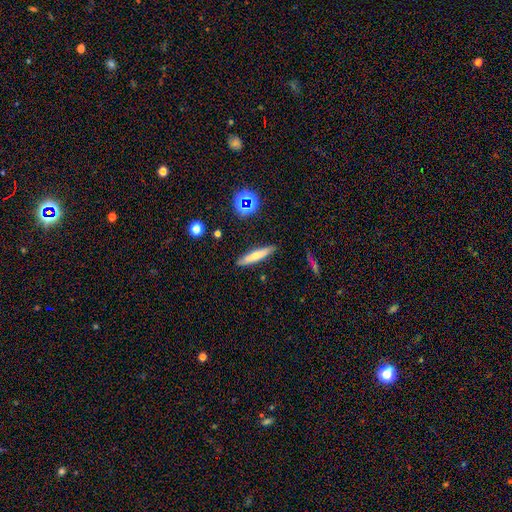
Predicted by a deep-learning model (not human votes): Smooth or featured? smooth (61%)
How rounded? cigar-shaped (87%)
Merging? none (86%)